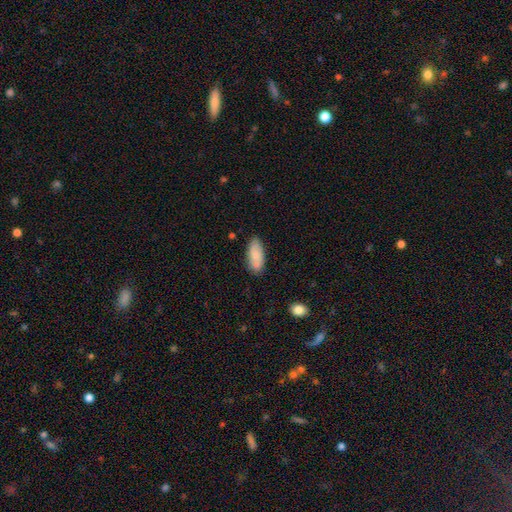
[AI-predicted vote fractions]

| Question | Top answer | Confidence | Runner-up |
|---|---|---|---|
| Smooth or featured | smooth | 77% | featured or disk (17%) |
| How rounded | in between | 87% | cigar-shaped (11%) |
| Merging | none | 73% | minor disturbance (18%) |